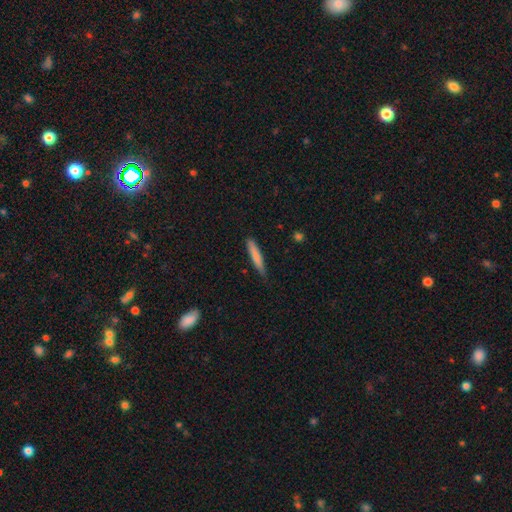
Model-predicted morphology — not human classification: Smooth or featured? Predicted: smooth (p=0.78). How rounded? Predicted: cigar-shaped (p=0.93). Merging? Predicted: none (p=0.75).